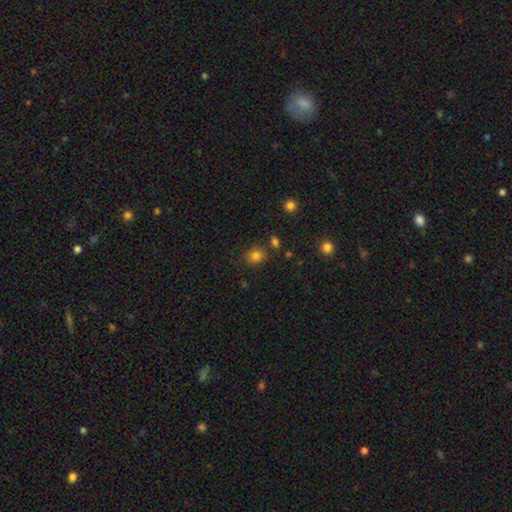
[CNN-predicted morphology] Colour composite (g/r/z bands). It shows a smooth galaxy with no disk features (81%) that is round (72%). Merging: none (81%).